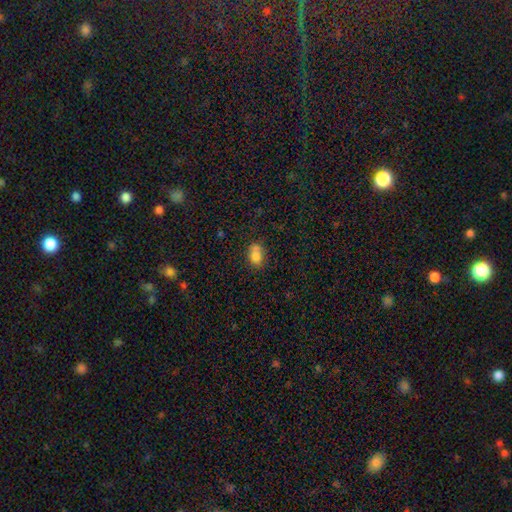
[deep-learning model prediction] Smooth or featured? smooth (79%)
How rounded? in between (73%)
Merging? none (53%)